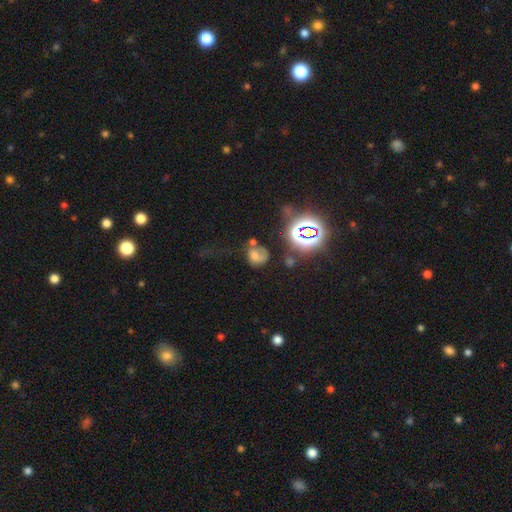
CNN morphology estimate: The model was most divided on "merging": none: 34%, major disturbance: 29%, minor disturbance: 21%, merger: 16%. Remaining: smooth or featured — smooth (47%).